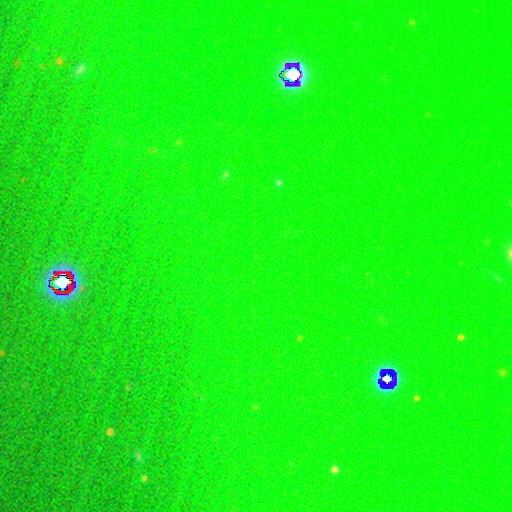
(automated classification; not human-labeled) Smooth or featured?
  - star or artifact: 76% *
  - smooth: 15%
  - featured or disk: 9%